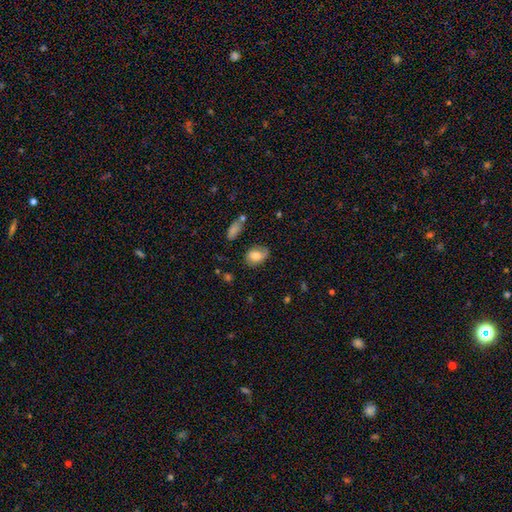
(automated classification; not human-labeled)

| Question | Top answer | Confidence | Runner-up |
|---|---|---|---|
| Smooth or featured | smooth | 66% | featured or disk (25%) |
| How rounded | in between | 77% | round (22%) |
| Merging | none | 63% | minor disturbance (26%) |